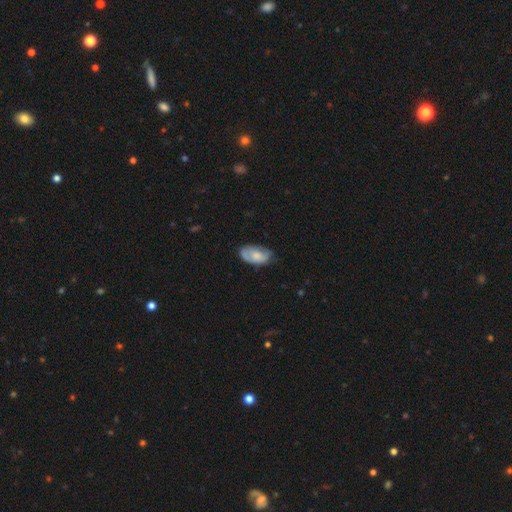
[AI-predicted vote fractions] This is likely a smooth galaxy (60%). How rounded: clearly in between (93%). Merging: likely none (61%).